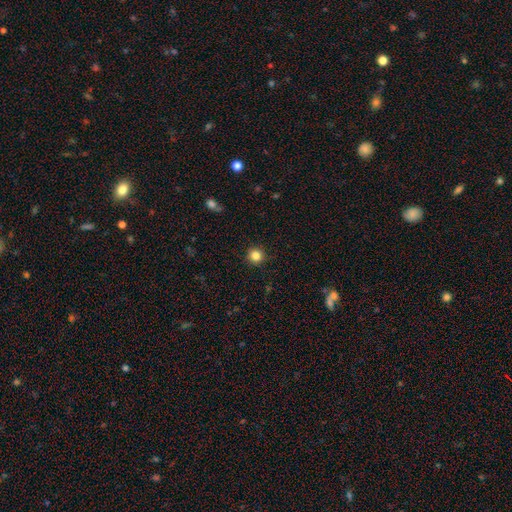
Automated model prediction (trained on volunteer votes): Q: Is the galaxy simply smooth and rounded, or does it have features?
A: smooth — 84%.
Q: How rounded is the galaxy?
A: round — 95%.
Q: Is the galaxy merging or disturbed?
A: none — 92%.